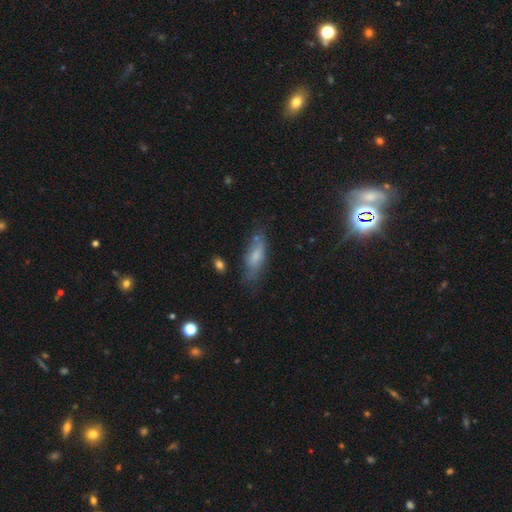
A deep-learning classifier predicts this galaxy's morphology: Q: Smooth or featured?
A: smooth (61%); runner-up: featured or disk (28%)
Q: How rounded?
A: in between (56%); runner-up: cigar-shaped (42%)
Q: Merging?
A: none (63%); runner-up: minor disturbance (24%)